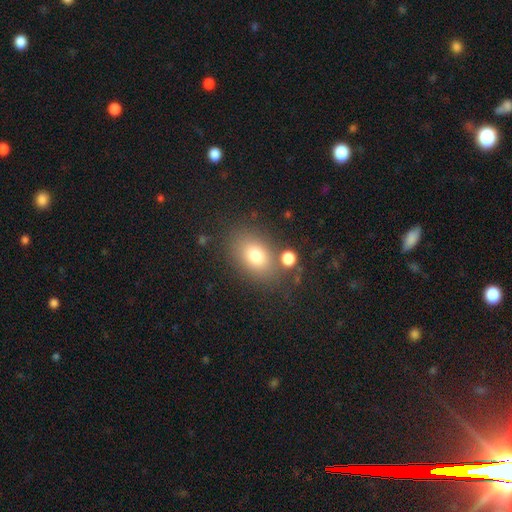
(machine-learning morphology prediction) Overall: smooth (77%). How rounded: in between (78%). Merging: none (72%).